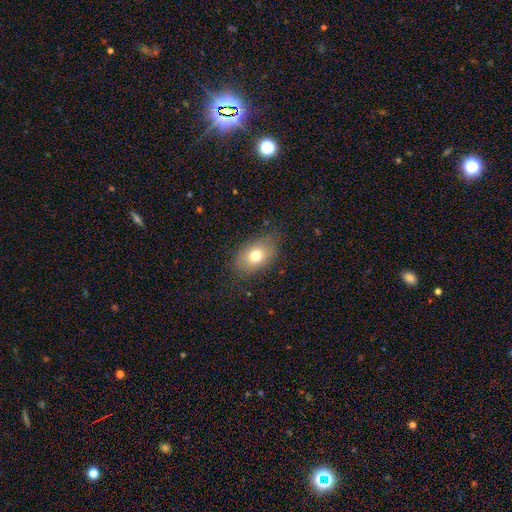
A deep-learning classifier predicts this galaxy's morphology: This is likely a smooth galaxy (75%). How rounded: clearly in between (83%). Merging: likely none (80%).